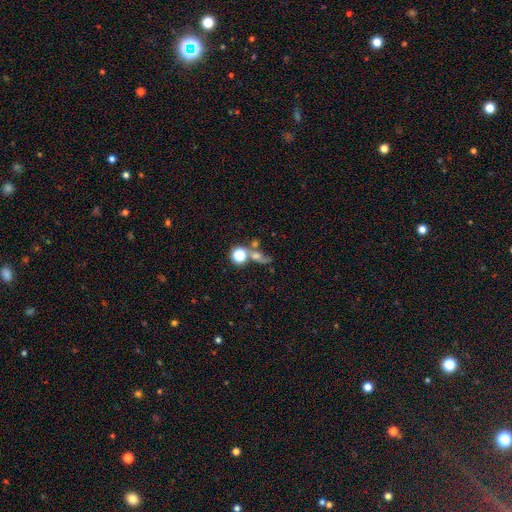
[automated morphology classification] Smooth or featured? Predicted: smooth (p=0.47). Merging? Predicted: merger (p=0.37).